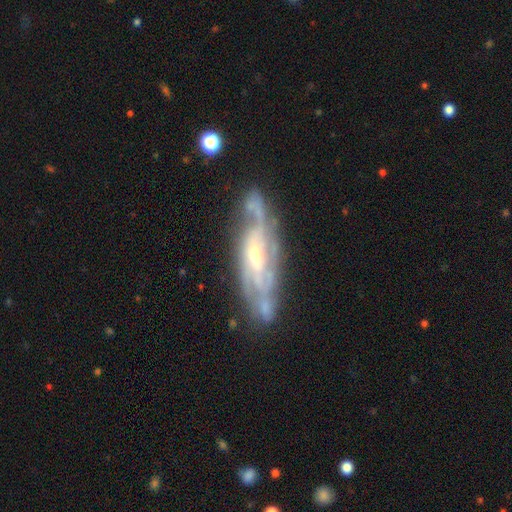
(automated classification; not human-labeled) Smooth or featured? Predicted: featured or disk (p=0.87). Edge-on disk? Predicted: no (p=0.79). Bar? Predicted: weak (p=0.43). Spiral arms? Predicted: yes (p=0.94). Spiral winding? Predicted: tight (p=0.49). Spiral arm count? Predicted: can't tell (p=0.33). Bulge size? Predicted: moderate (p=0.51). Merging? Predicted: none (p=0.69).